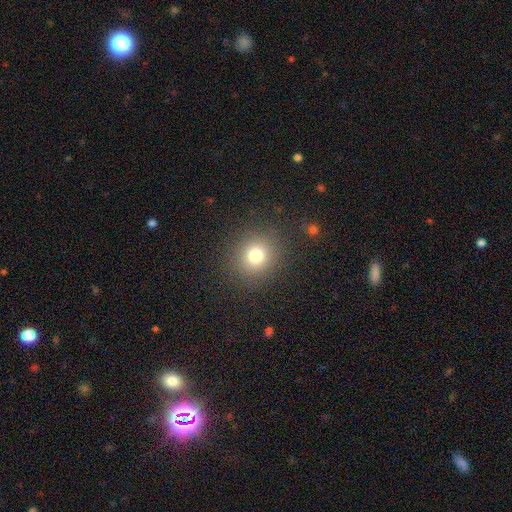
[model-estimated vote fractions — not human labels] Smooth or featured? smooth (75%)
How rounded? round (89%)
Merging? none (89%)